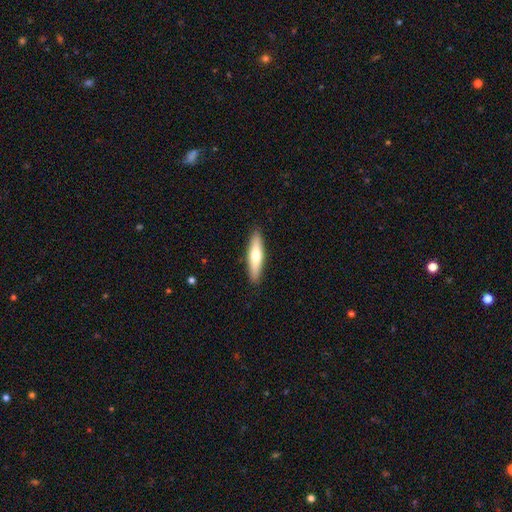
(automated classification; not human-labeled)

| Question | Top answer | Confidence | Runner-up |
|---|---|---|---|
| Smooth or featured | smooth | 60% | featured or disk (34%) |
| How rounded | cigar-shaped | 74% | in between (24%) |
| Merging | none | 90% | minor disturbance (7%) |